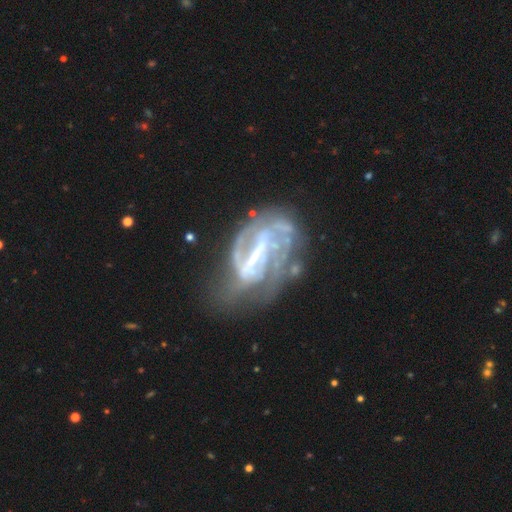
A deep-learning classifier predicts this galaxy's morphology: Smooth or featured? Predicted: featured or disk (p=0.83). Edge-on disk? Predicted: no (p=0.96). Bar? Predicted: strong (p=0.56). Spiral arms? Predicted: yes (p=0.75). Spiral winding? Predicted: medium (p=0.39, tied with tight). Spiral arm count? Predicted: can't tell (p=0.39). Bulge size? Predicted: none (p=0.38). Merging? Predicted: major disturbance (p=0.37).